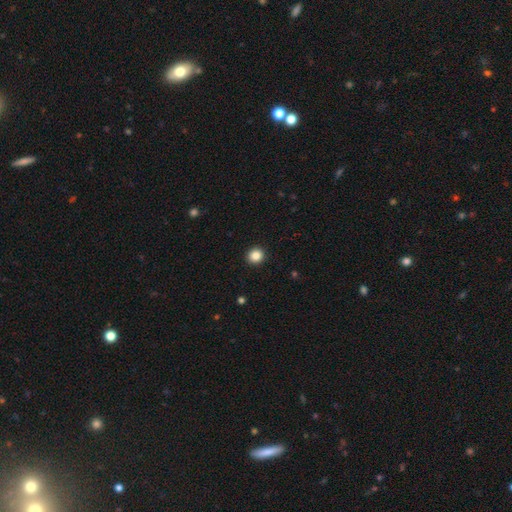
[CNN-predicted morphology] Smooth or featured? Predicted: smooth (p=0.86). How rounded? Predicted: round (p=0.92). Merging? Predicted: none (p=0.93).